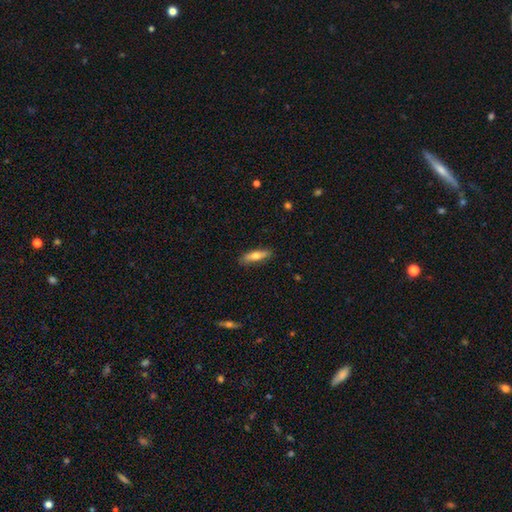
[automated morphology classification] smooth 65%, featured or disk 29%, star or artifact 6%. Down the decision tree: how rounded — cigar-shaped (63%); merging — none (85%).